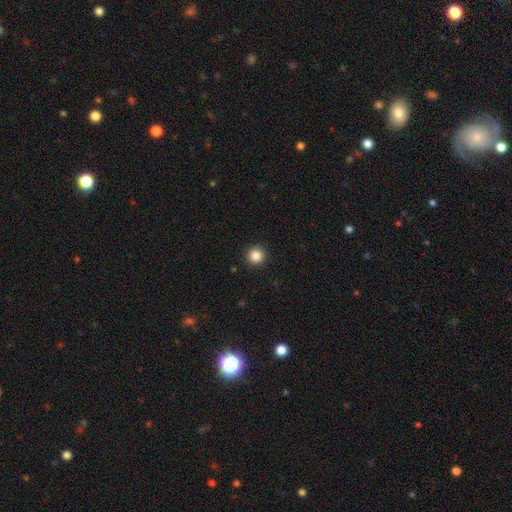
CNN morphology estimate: A smooth galaxy with no disk features (86%) that is round (95%). Merging: none (93%).